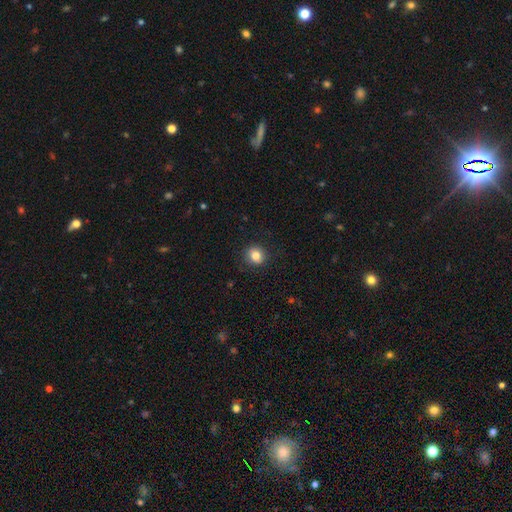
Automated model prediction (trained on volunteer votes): The model was most divided on "how rounded": round: 84%, in between: 15%, cigar-shaped: 1%. More confident: merging — none (90%); smooth or featured — smooth (83%).